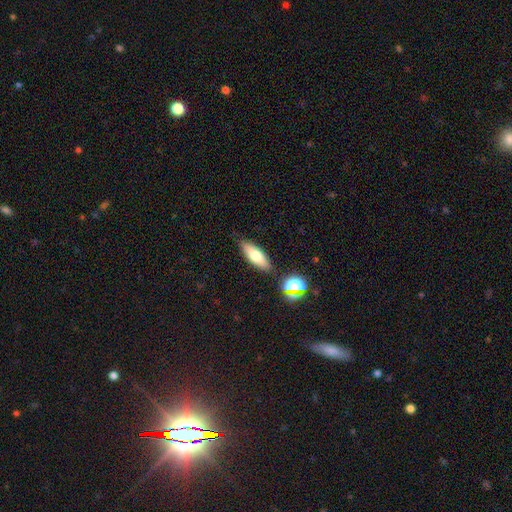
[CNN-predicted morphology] A smooth galaxy with no disk features (72%) that is in between round and cigar-shaped (61%). Merging: none (81%).